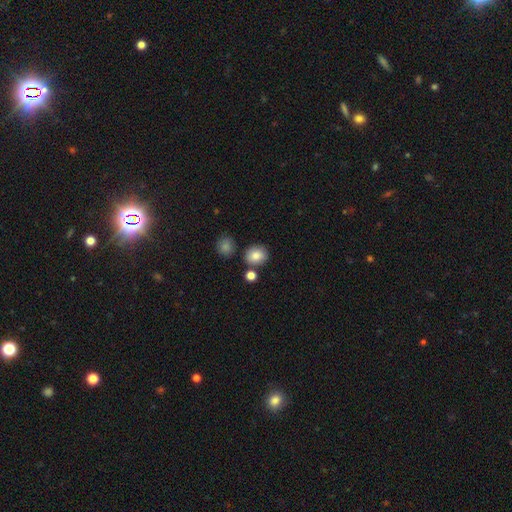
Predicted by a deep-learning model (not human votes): A smooth galaxy with no disk features (84%) that is round (65%). Merging: none (77%).